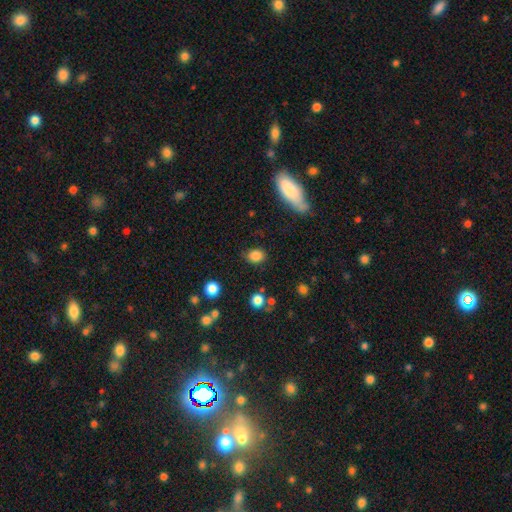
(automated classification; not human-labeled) Smooth or featured? smooth (84%)
How rounded? in between (52%)
Merging? none (79%)